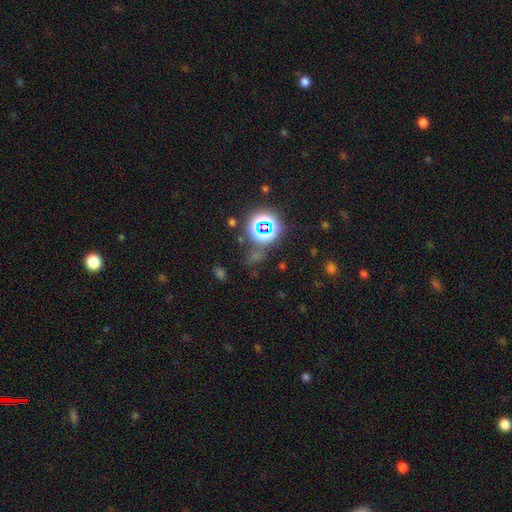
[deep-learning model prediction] Q: Smooth or featured?
A: star or artifact (66%); runner-up: smooth (24%)